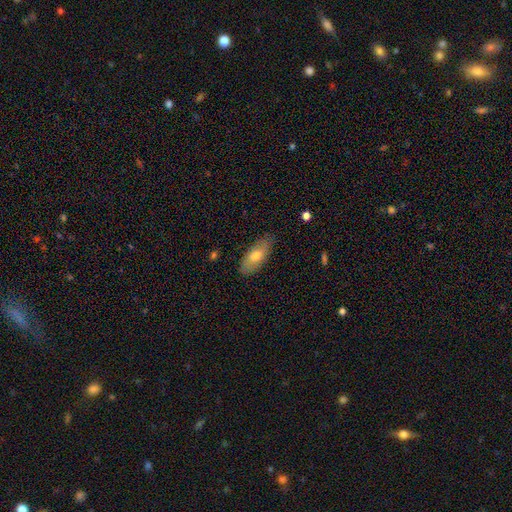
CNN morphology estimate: Smooth or featured?
  - smooth: 68% *
  - featured or disk: 26%
  - star or artifact: 6%
How rounded?
  - in between: 83% *
  - cigar-shaped: 14%
  - round: 3%
Merging?
  - none: 83% *
  - minor disturbance: 14%
  - major disturbance: 2%
  - merger: 1%